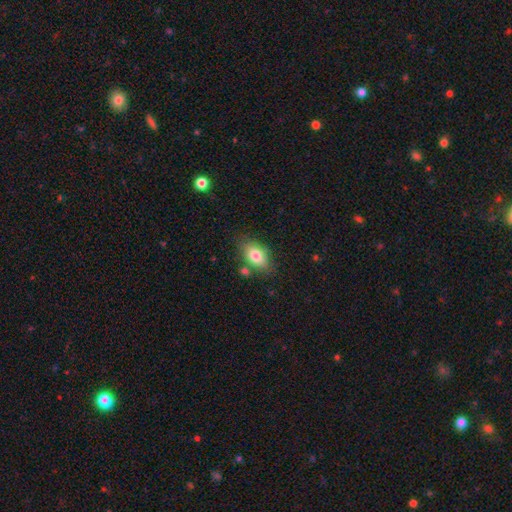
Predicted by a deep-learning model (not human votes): A smooth galaxy with no disk features (80%) that is in between round and cigar-shaped (88%).

Vote fractions:
- Smooth or featured? smooth: 80% / featured or disk: 13% / star or artifact: 8%
- How rounded? in between: 88% / round: 9% / cigar-shaped: 3%
- Merging? none: 72% / minor disturbance: 15% / merger: 8% / major disturbance: 4%